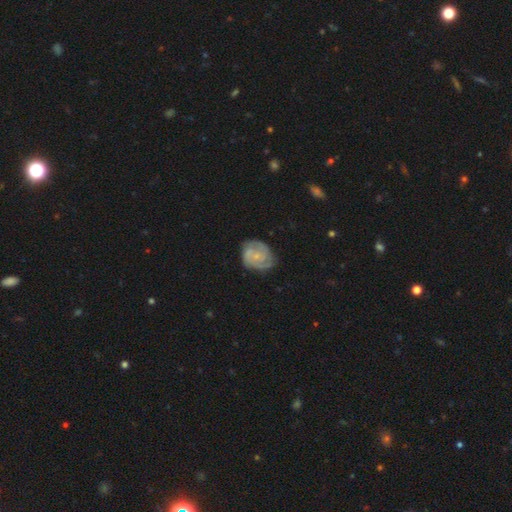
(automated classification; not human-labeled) Smooth or featured? Predicted: featured or disk (p=0.80). Edge-on disk? Predicted: no (p=0.98). Bar? Predicted: no (p=0.68). Spiral arms? Predicted: yes (p=0.95). Spiral winding? Predicted: tight (p=0.56). Spiral arm count? Predicted: 2 (p=0.41). Bulge size? Predicted: small (p=0.70). Merging? Predicted: none (p=0.73).